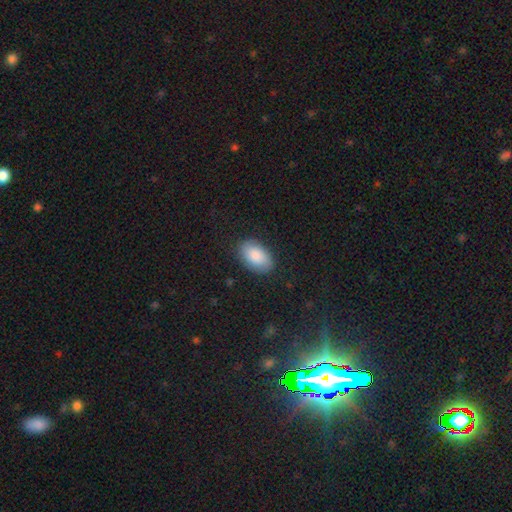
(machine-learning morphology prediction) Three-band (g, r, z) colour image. It shows a smooth galaxy with no disk features (86%) that is in between round and cigar-shaped (92%). Merging: none (84%).